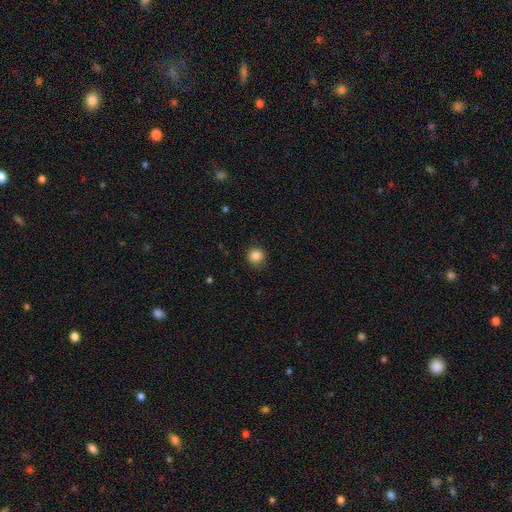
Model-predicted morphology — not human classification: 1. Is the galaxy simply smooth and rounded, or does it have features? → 85% smooth, 11% star or artifact, 4% featured or disk.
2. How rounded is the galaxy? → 93% round, 6% in between, 1% cigar-shaped.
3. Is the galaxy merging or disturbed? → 89% none, 8% minor disturbance, 2% major disturbance, 1% merger.